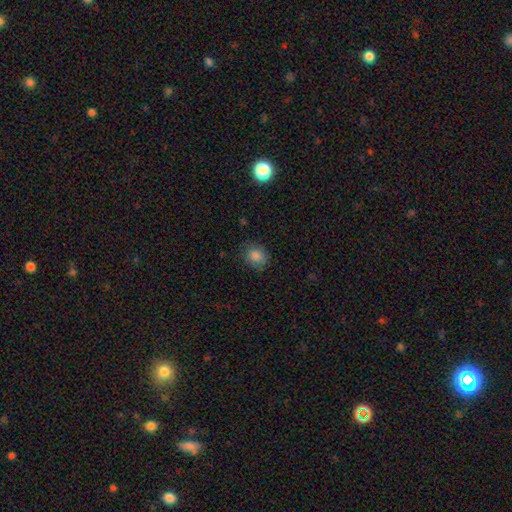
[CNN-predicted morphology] smooth_or_featured: smooth (p=0.84) [alt: star or artifact p=0.11]
how_rounded: round (p=0.70) [alt: in between p=0.29]
merging: none (p=0.80) [alt: minor disturbance p=0.15]